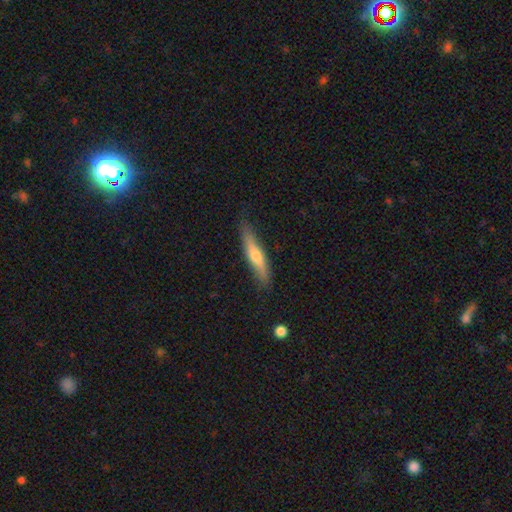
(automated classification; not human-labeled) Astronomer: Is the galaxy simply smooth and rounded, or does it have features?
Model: smooth — 53% (runner-up: featured or disk, 41%).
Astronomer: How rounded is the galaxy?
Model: cigar-shaped — 87%.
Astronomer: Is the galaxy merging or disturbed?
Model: none — 78%.